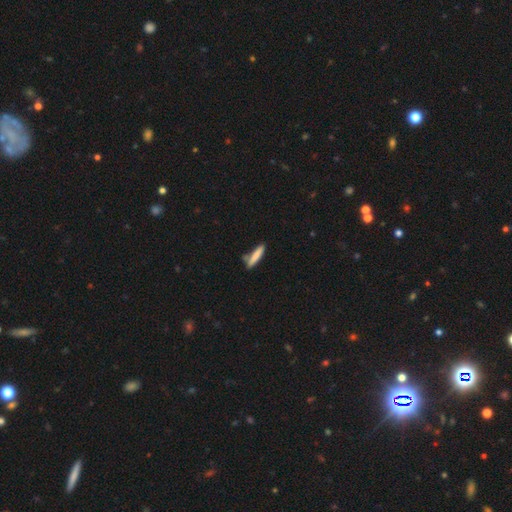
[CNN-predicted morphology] Q: Smooth or featured?
A: smooth (82%); runner-up: featured or disk (13%)
Q: How rounded?
A: cigar-shaped (87%); runner-up: in between (11%)
Q: Merging?
A: none (75%); runner-up: minor disturbance (15%)